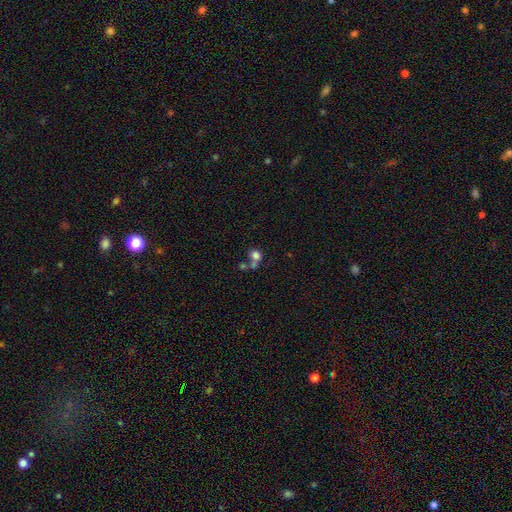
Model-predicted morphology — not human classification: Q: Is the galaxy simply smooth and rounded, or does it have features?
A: smooth — 74%.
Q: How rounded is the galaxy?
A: round — 59%.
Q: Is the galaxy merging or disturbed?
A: merger — 47%.